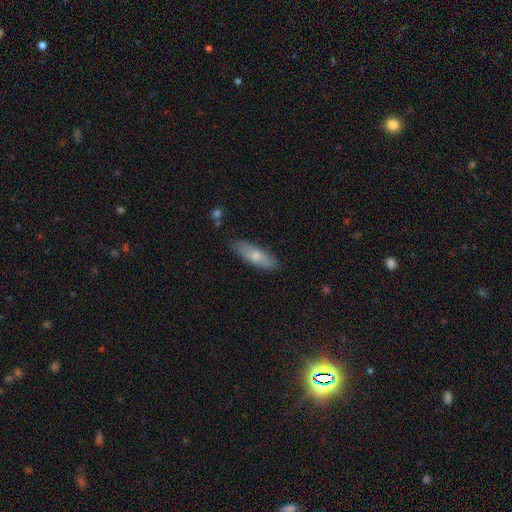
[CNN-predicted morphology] Smooth or featured? Predicted: smooth (p=0.69). How rounded? Predicted: in between (p=0.57). Merging? Predicted: none (p=0.83).